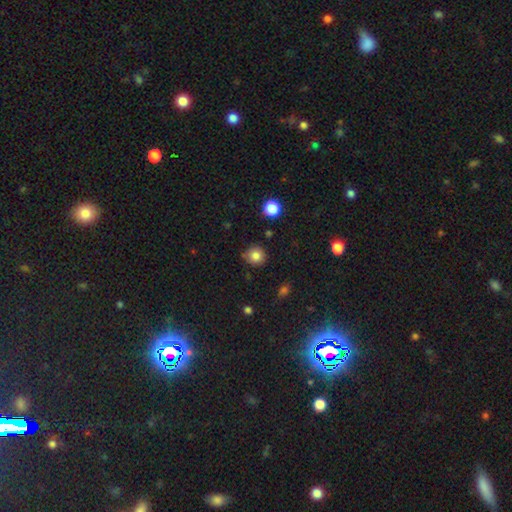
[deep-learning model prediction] A smooth galaxy with no disk features (82%) that is round (91%).

Vote fractions:
- Smooth or featured? smooth: 82% / star or artifact: 12% / featured or disk: 6%
- How rounded? round: 91% / in between: 8% / cigar-shaped: 1%
- Merging? none: 79% / minor disturbance: 16% / major disturbance: 3% / merger: 3%